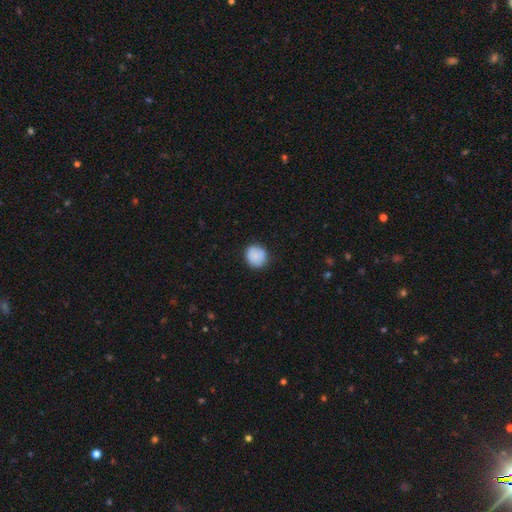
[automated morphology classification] This appears to be a smooth galaxy with no disk features (87%) that is round (86%). Merging: none (85%).